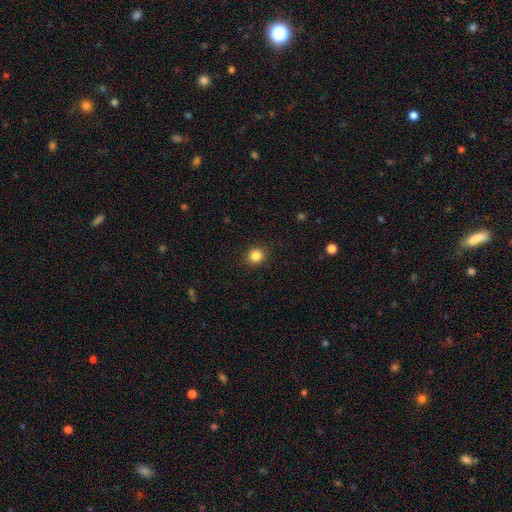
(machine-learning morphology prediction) type=smooth (85%); roundness=round (86%); merging=none (90%).